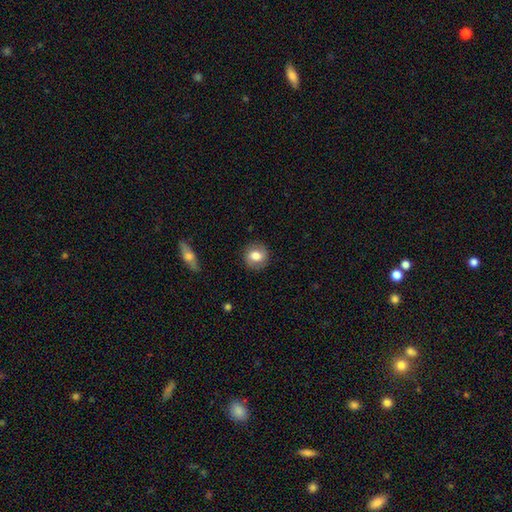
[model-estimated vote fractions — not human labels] Morphology: type=smooth (73%); roundness=round (83%); merging=none (86%).